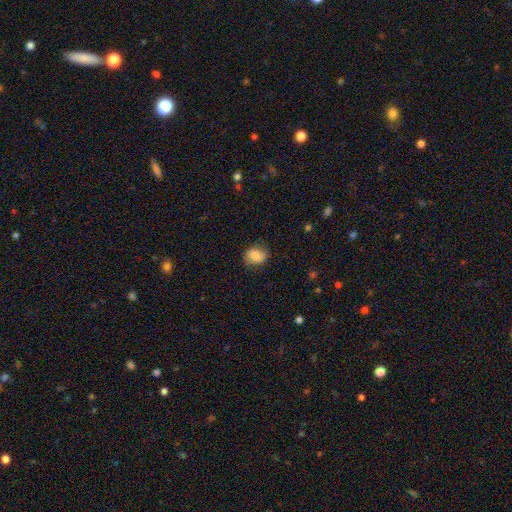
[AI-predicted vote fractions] Smooth or featured: smooth — 79% (featured or disk — 13%)
How rounded: in between — 50% (round — 49%)
Merging: none — 69% (minor disturbance — 23%)